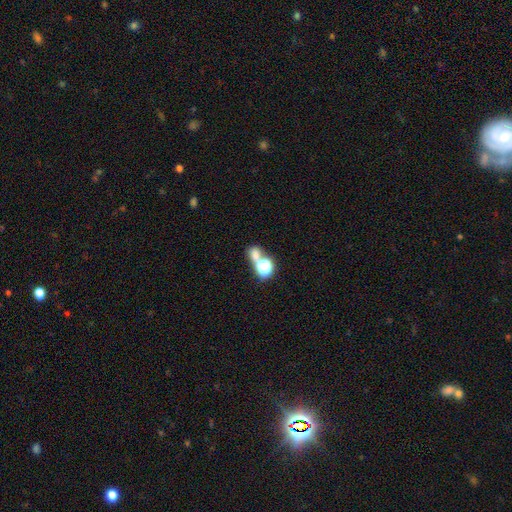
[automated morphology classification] This is likely a smooth galaxy (61%). How rounded: possibly round (59%). Merging: possibly merger (45%).